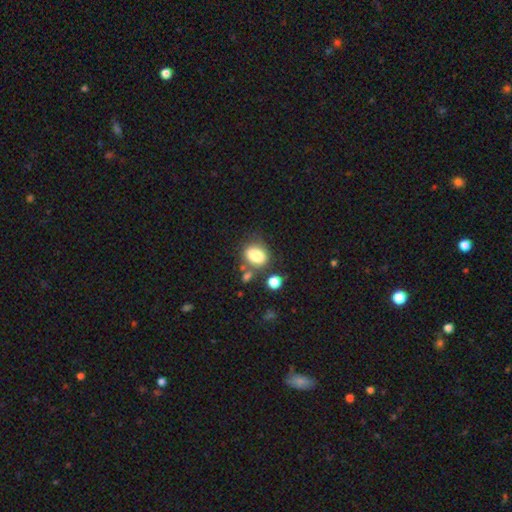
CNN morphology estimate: A smooth galaxy with no disk features (82%) that is in between round and cigar-shaped (70%).

Vote fractions:
- Smooth or featured? smooth: 82% / star or artifact: 10% / featured or disk: 8%
- How rounded? in between: 70% / round: 29% / cigar-shaped: 2%
- Merging? none: 58% / merger: 18% / minor disturbance: 17% / major disturbance: 7%